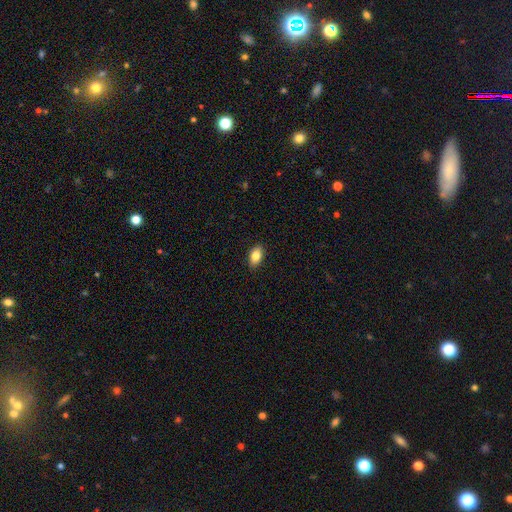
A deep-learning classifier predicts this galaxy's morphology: This appears to be a smooth galaxy with no disk features (84%) that is in between round and cigar-shaped (90%). Merging: none (89%).